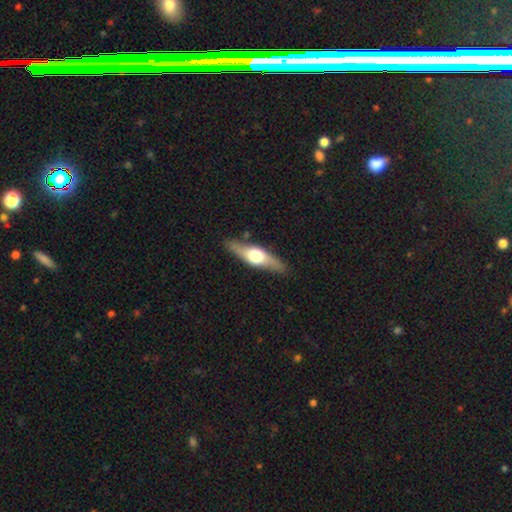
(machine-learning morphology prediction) A featured or disk galaxy (62%) viewed edge-on (92%) with a rounded central bulge (95%).

Vote fractions:
- Smooth or featured? featured or disk: 62% / smooth: 33% / star or artifact: 5%
- Edge-on disk? yes: 92% / no: 8%
- Edge-on bulge? rounded: 95% / boxy: 4% / none: 2%
- Merging? none: 86% / minor disturbance: 10% / major disturbance: 2% / merger: 1%